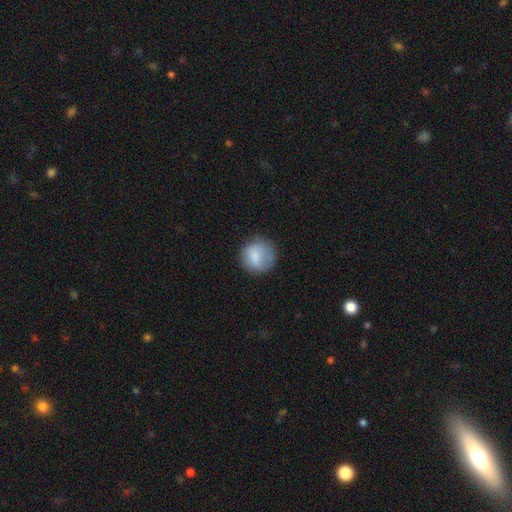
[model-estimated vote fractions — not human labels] Morphology: type=smooth (80%); roundness=round (89%); merging=none (71%).